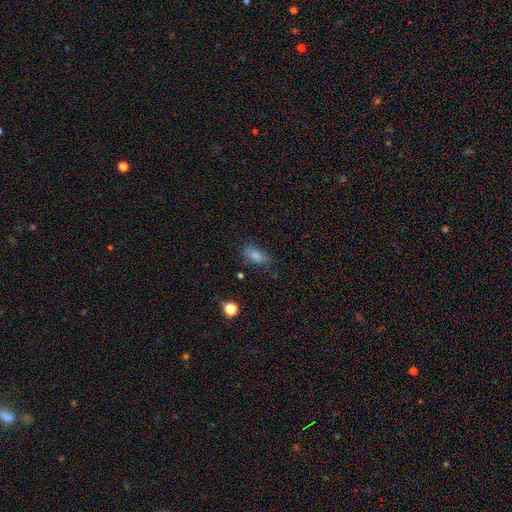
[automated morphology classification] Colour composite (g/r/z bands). It shows a smooth galaxy with no disk features (80%) that is in between round and cigar-shaped (85%). Merging: none (67%).